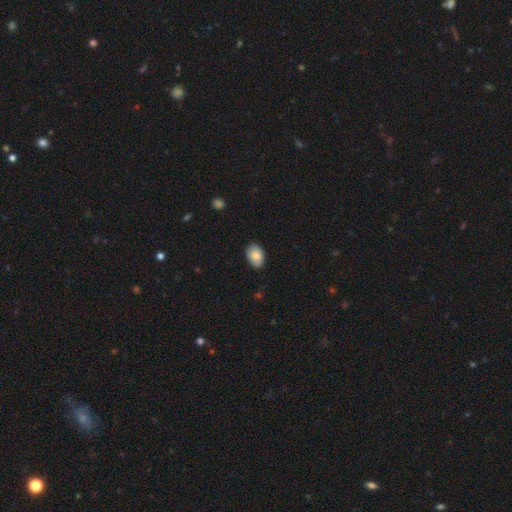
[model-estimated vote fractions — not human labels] smooth 85%, featured or disk 8%, star or artifact 7%. Down the decision tree: how rounded — in between (87%); merging — none (85%).